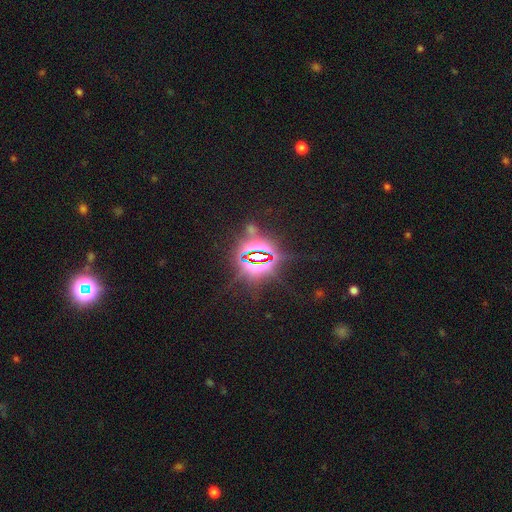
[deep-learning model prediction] star or artifact 83%, smooth 9%, featured or disk 7%.